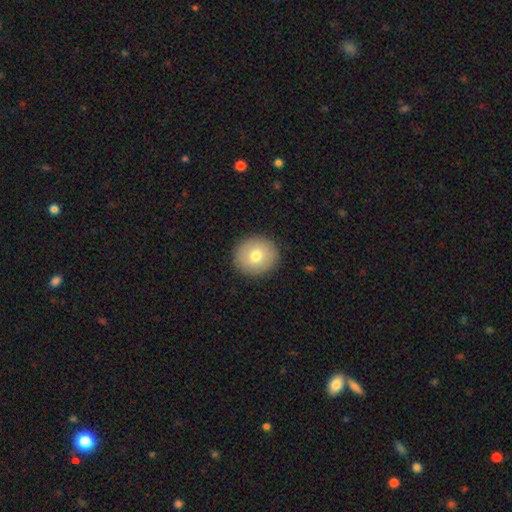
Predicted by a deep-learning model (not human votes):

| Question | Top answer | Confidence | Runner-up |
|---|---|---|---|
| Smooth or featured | smooth | 75% | featured or disk (16%) |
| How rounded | round | 88% | in between (11%) |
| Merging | none | 91% | minor disturbance (6%) |